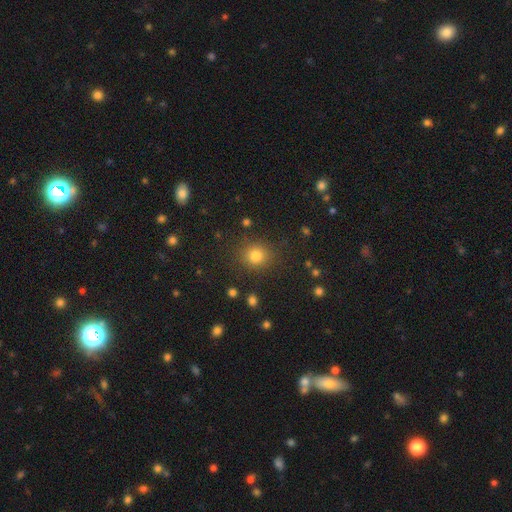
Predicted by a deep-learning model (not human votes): Smooth or featured?
  - smooth: 80% *
  - star or artifact: 15%
  - featured or disk: 6%
How rounded?
  - round: 85% *
  - in between: 14%
  - cigar-shaped: 1%
Merging?
  - none: 86% *
  - minor disturbance: 8%
  - major disturbance: 3%
  - merger: 2%